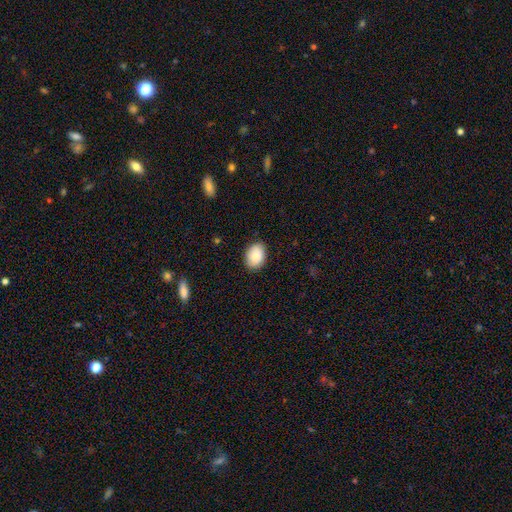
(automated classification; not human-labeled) The model was most divided on "how rounded": in between: 74%, round: 25%, cigar-shaped: 1%. More confident: merging — none (84%); smooth or featured — smooth (84%).